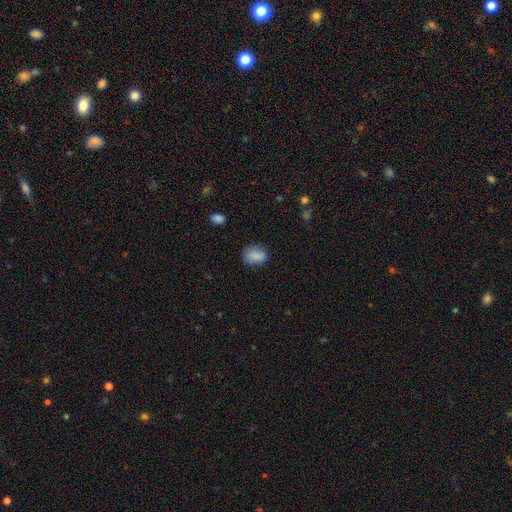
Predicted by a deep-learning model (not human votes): smooth 84%, star or artifact 9%, featured or disk 6%. Down the decision tree: how rounded — in between (64%); merging — none (73%).